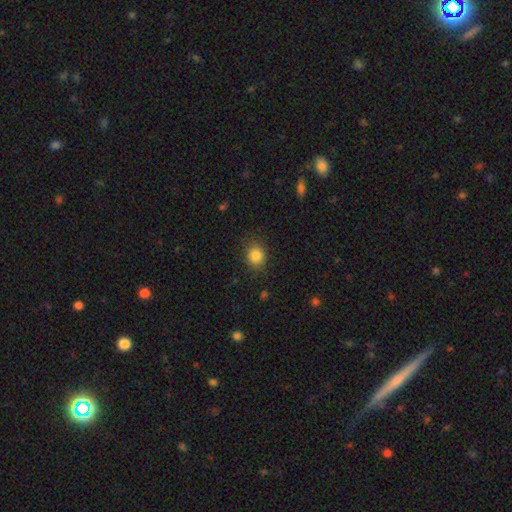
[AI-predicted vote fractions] The model was most divided on "how rounded": round: 69%, in between: 30%, cigar-shaped: 1%. More confident: merging — none (84%); smooth or featured — smooth (84%).